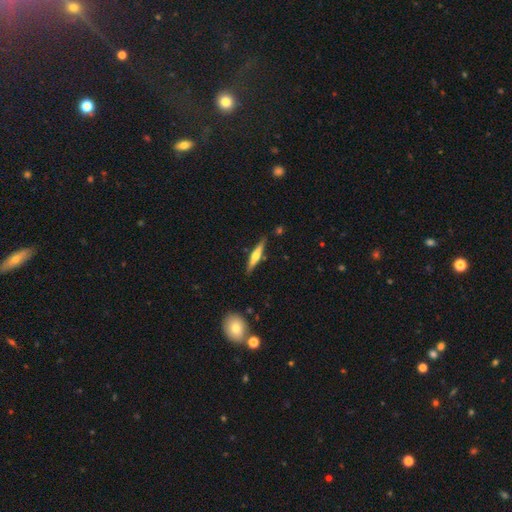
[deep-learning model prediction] This appears to be a featured or disk galaxy (59%) viewed edge-on (96%) with a rounded central bulge (87%). Merging: none (86%).